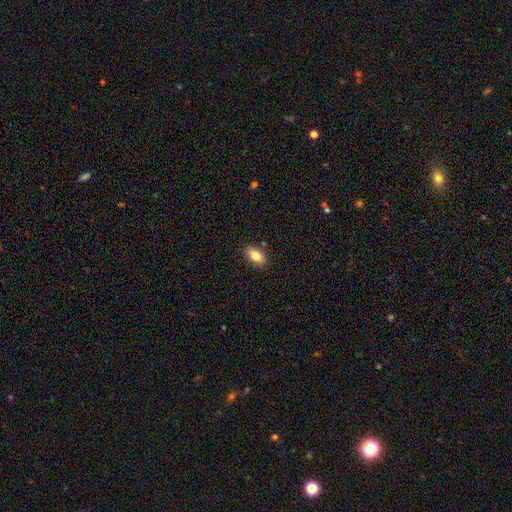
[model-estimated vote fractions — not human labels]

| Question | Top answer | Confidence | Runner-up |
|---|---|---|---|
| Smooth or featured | smooth | 84% | featured or disk (8%) |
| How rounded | in between | 90% | round (7%) |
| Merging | none | 87% | minor disturbance (9%) |